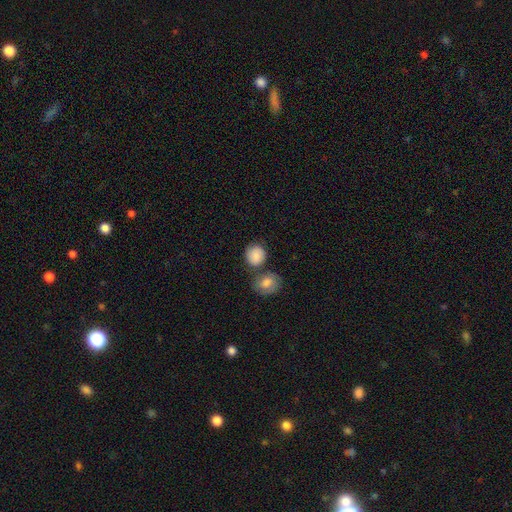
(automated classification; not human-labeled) A smooth galaxy with no disk features (86%) that is round (79%). Merging: none (60%).